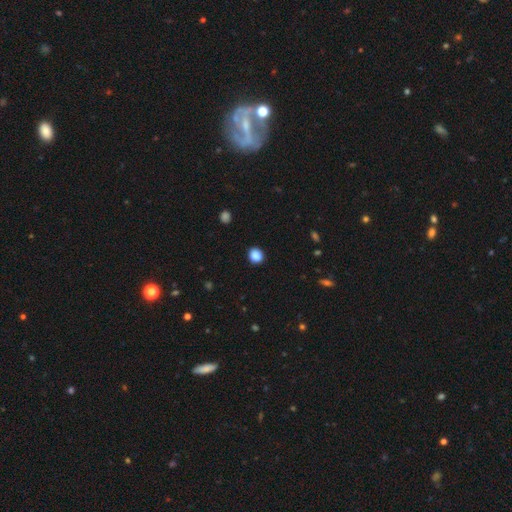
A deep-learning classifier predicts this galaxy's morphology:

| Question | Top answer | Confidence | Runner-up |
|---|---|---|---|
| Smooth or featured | smooth | 87% | star or artifact (10%) |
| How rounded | round | 75% | in between (24%) |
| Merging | none | 90% | minor disturbance (7%) |